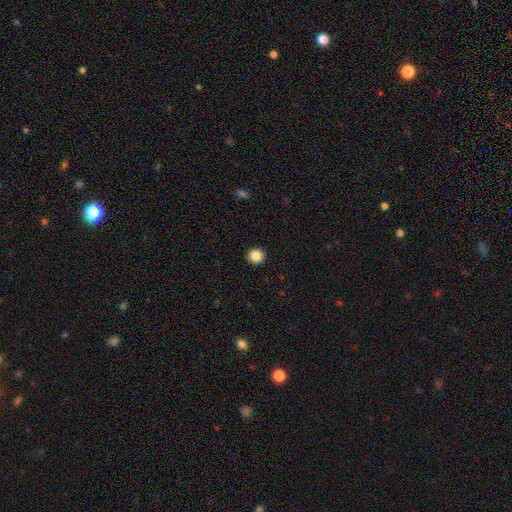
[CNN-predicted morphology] A smooth galaxy with no disk features (86%) that is round (93%). Merging: none (93%).